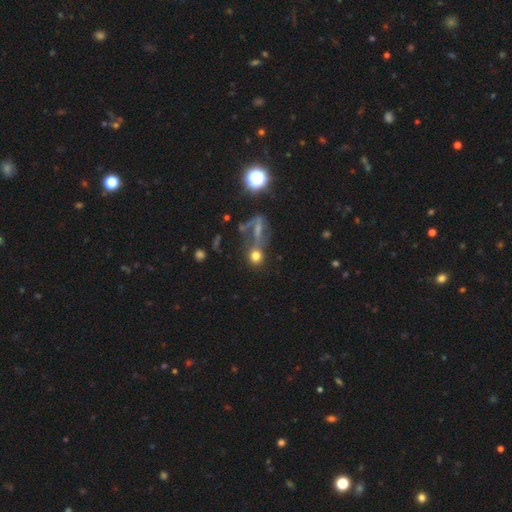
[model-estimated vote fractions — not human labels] The model was most divided on "merging": none: 45%, merger: 28%, major disturbance: 14%, minor disturbance: 13%. More confident: how rounded — round (81%); smooth or featured — smooth (66%).